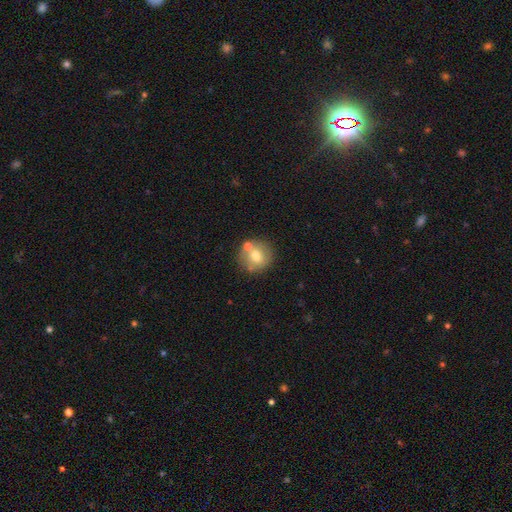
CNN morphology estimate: The model was most divided on "smooth or featured": smooth: 69%, featured or disk: 22%, star or artifact: 9%. More confident: how rounded — round (90%); merging — none (69%).